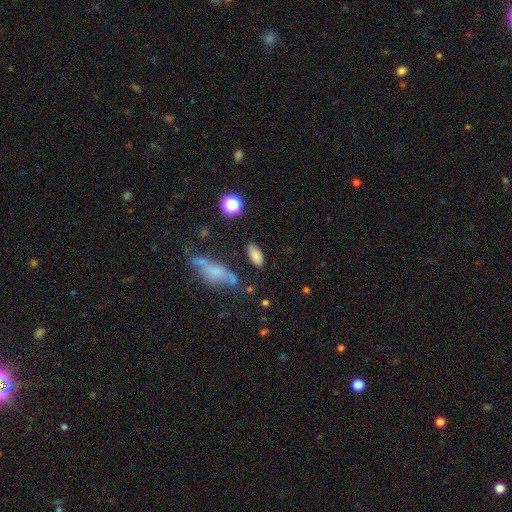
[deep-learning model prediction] Smooth or featured?
  - smooth: 81% *
  - star or artifact: 10%
  - featured or disk: 9%
How rounded?
  - in between: 89% *
  - cigar-shaped: 8%
  - round: 4%
Merging?
  - none: 78% *
  - minor disturbance: 13%
  - merger: 5%
  - major disturbance: 4%